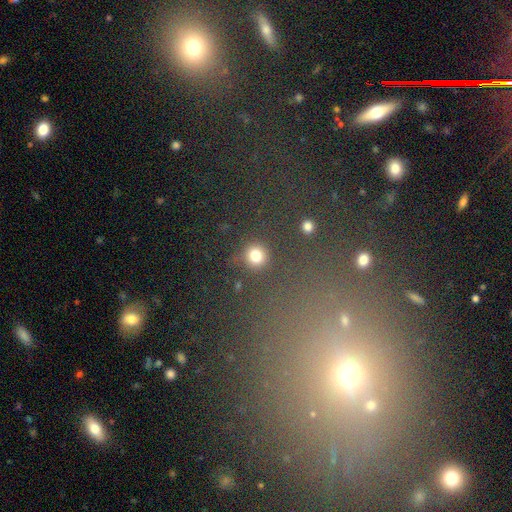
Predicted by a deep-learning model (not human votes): Morphology: type=smooth (80%); roundness=round (91%); merging=none (82%).